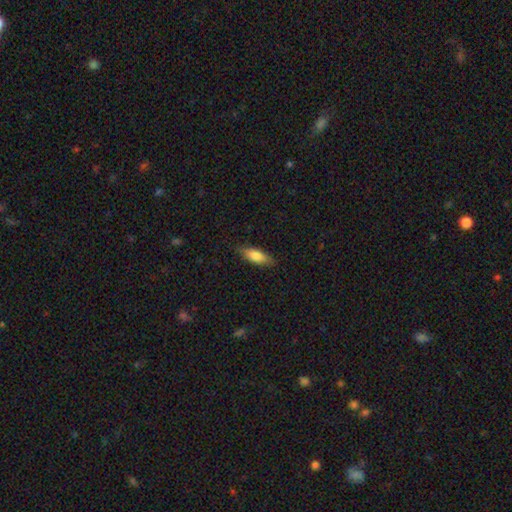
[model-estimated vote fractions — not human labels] Smooth or featured: smooth — 78% (featured or disk — 16%)
How rounded: in between — 63% (cigar-shaped — 35%)
Merging: none — 83% (minor disturbance — 13%)